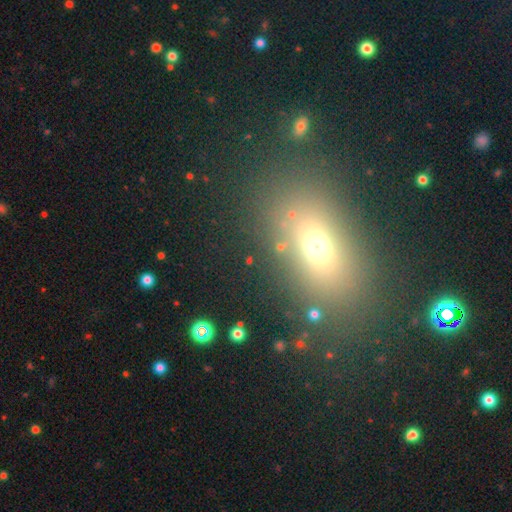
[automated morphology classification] The model was most divided on "smooth or featured": smooth: 60%, star or artifact: 26%, featured or disk: 14%. More confident: merging — none (81%); how rounded — in between (73%).